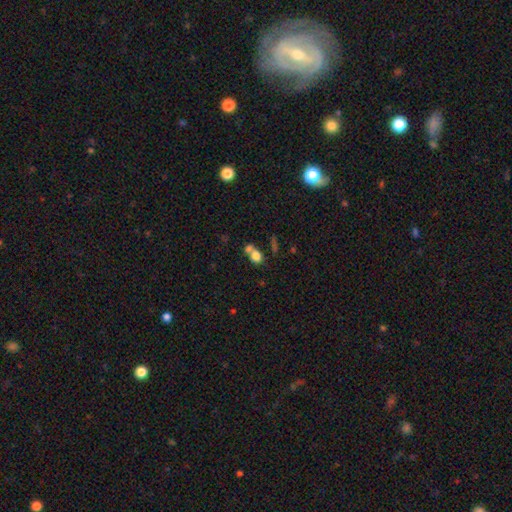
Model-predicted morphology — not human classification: The model was most divided on "merging": merger: 49%, none: 37%, minor disturbance: 8%, major disturbance: 5%. More confident: smooth or featured — smooth (78%); how rounded — round (56%).